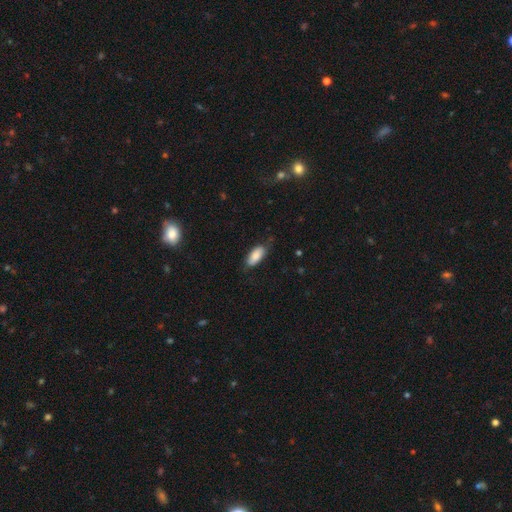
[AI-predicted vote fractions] Smooth or featured? smooth (84%)
How rounded? in between (87%)
Merging? none (74%)